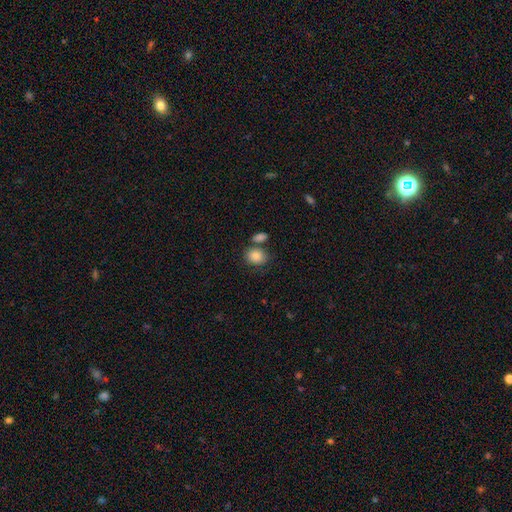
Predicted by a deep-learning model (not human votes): Smooth or featured? smooth (85%)
How rounded? in between (51%)
Merging? none (62%)